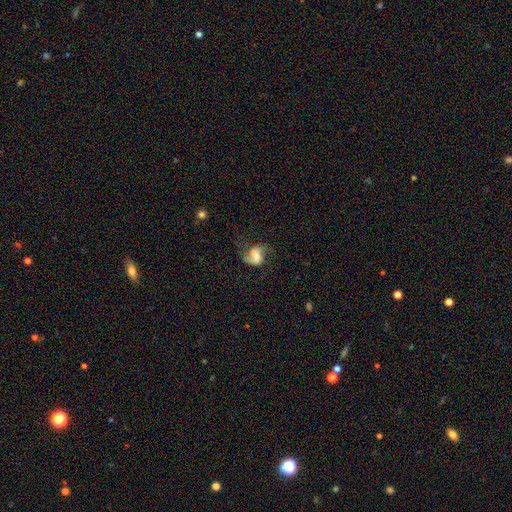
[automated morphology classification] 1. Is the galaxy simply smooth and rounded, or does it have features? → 63% featured or disk, 28% smooth, 9% star or artifact.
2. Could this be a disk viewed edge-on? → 97% no, 3% yes.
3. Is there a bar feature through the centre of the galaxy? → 45% weak, 30% no, 25% strong.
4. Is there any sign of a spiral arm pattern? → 89% yes, 11% no.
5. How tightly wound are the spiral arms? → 53% loose, 37% medium, 10% tight.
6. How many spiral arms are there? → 81% 2, 11% 1, 5% can't tell, 1% 3, 1% 4, 1% more than 4.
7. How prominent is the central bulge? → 40% moderate, 25% small, 20% large, 12% none, 3% dominant.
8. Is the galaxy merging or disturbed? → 55% none, 21% minor disturbance, 21% major disturbance, 3% merger.